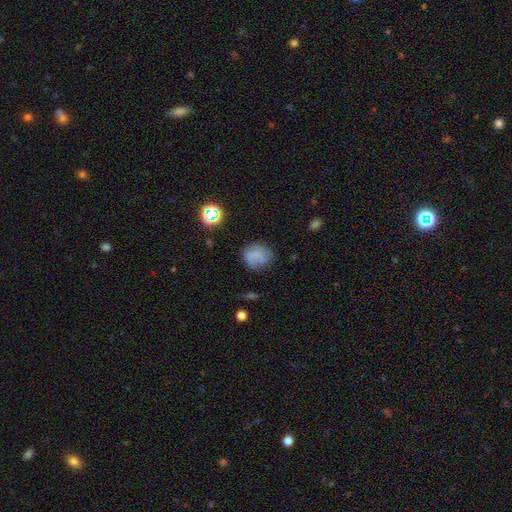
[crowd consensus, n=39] This is likely a smooth galaxy (72%). How rounded: clearly round (82%). Merging: likely none (71%).